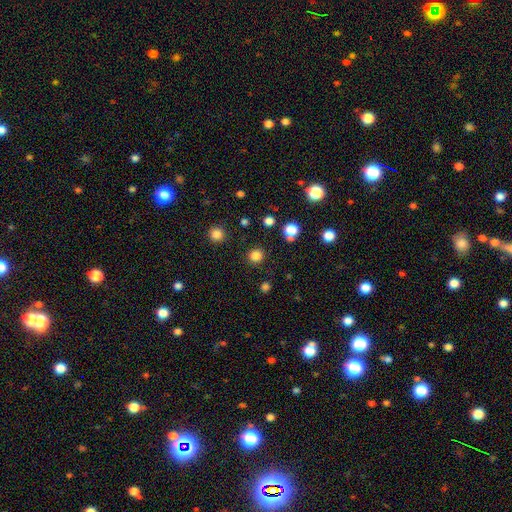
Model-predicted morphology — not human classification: smooth_or_featured: smooth (p=0.81) [alt: star or artifact p=0.15]
how_rounded: round (p=0.91) [alt: in between p=0.08]
merging: none (p=0.89) [alt: minor disturbance p=0.06]